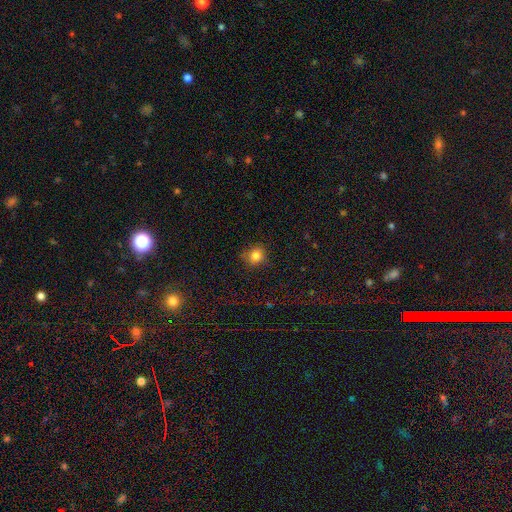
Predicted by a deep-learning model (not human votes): Smooth or featured? smooth (83%)
How rounded? round (85%)
Merging? none (82%)